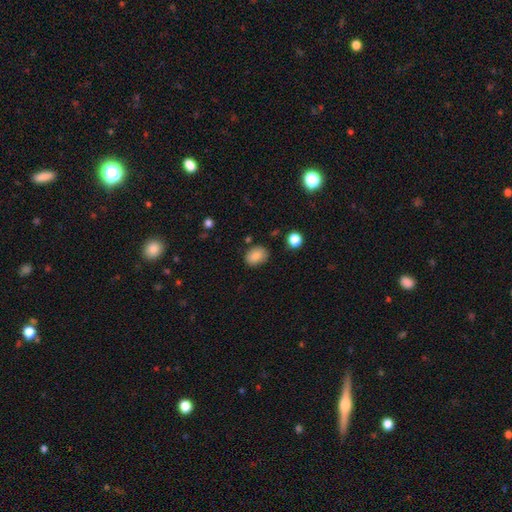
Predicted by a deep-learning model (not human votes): Overall: smooth (84%). How rounded: in between (68%; round 31%). Merging: none (79%).